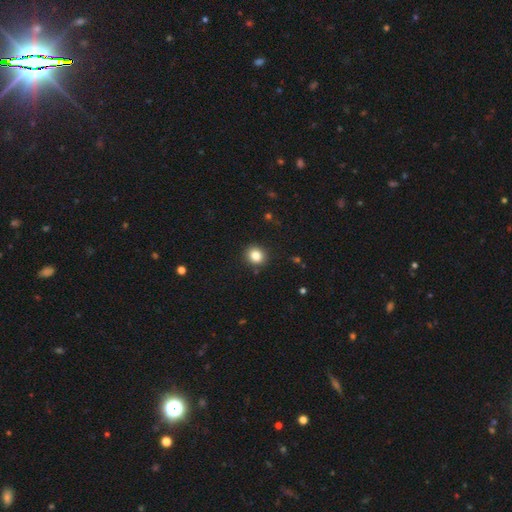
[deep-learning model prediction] Smooth or featured: smooth — 83% (star or artifact — 11%)
How rounded: round — 80% (in between — 20%)
Merging: none — 90% (minor disturbance — 7%)